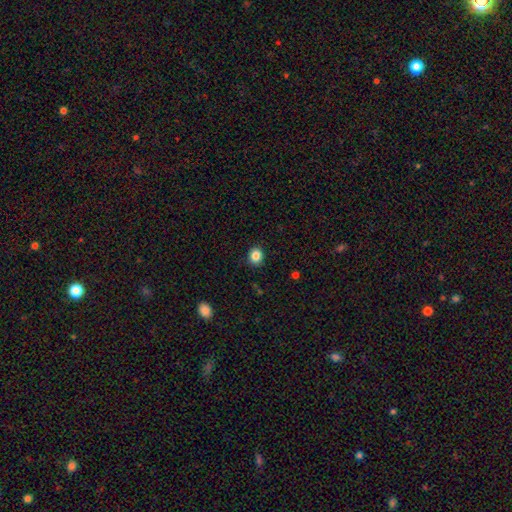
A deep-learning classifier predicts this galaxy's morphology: This is clearly a smooth galaxy (86%). How rounded: likely round (69%). Merging: clearly none (90%).